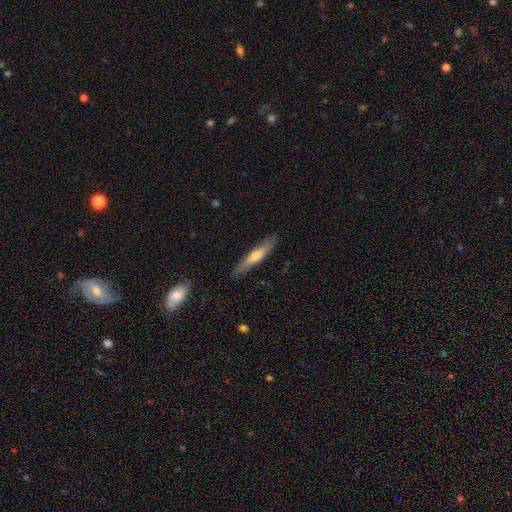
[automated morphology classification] A smooth galaxy with no disk features (51%) that is cigar-shaped (88%). Merging: none (87%).